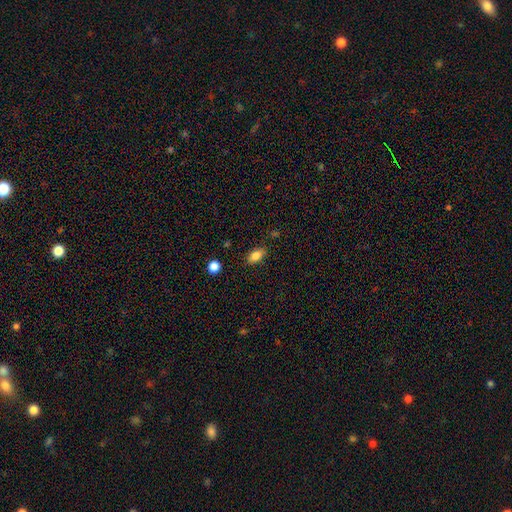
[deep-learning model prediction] Smooth or featured? smooth (83%)
How rounded? in between (87%)
Merging? none (82%)